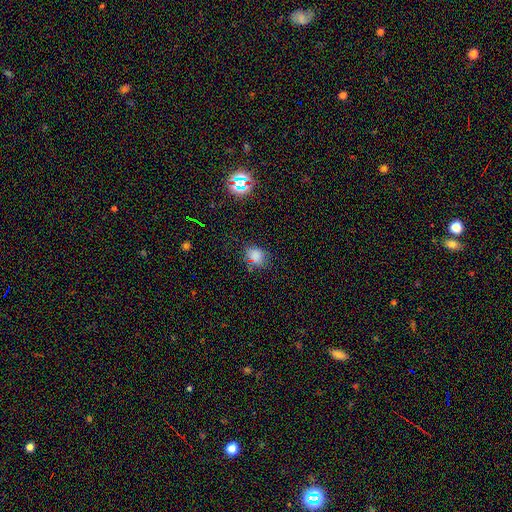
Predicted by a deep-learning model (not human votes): Smooth or featured: smooth — 69% (star or artifact — 25%)
How rounded: round — 53% (in between — 46%)
Merging: none — 76% (minor disturbance — 16%)